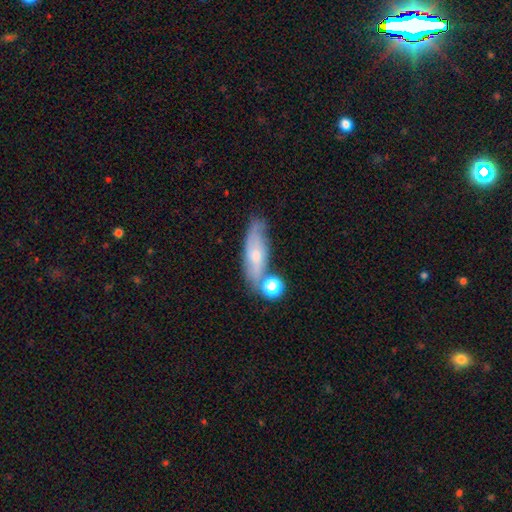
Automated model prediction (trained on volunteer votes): Smooth or featured: smooth — 48% (featured or disk — 43%)
Merging: none — 58% (minor disturbance — 20%)